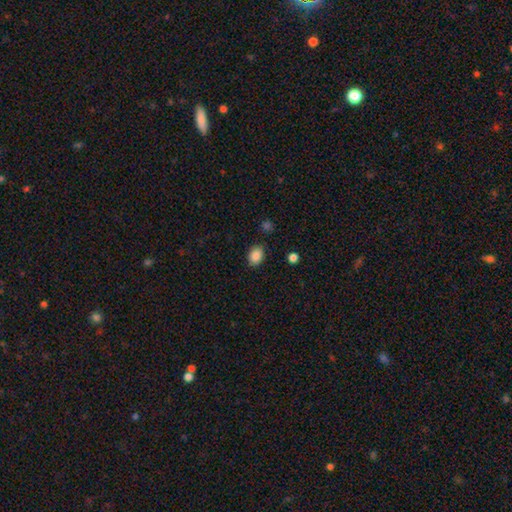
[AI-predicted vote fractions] This is clearly a smooth galaxy (87%). How rounded: likely in between (66%). Merging: clearly none (84%).